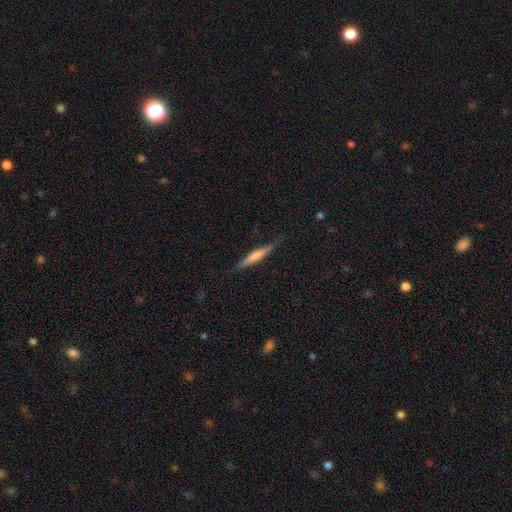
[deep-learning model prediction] Overall: smooth (50%; featured or disk 45%). Merging: none (85%).